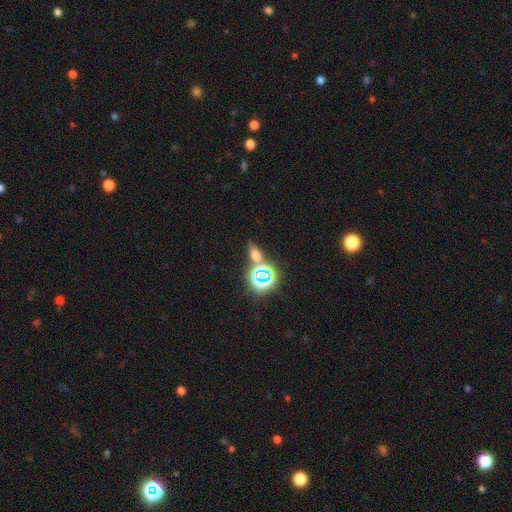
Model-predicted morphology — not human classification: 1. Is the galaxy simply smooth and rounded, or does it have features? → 49% smooth, 37% star or artifact, 13% featured or disk.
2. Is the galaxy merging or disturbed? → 66% none, 18% merger, 11% minor disturbance, 5% major disturbance.